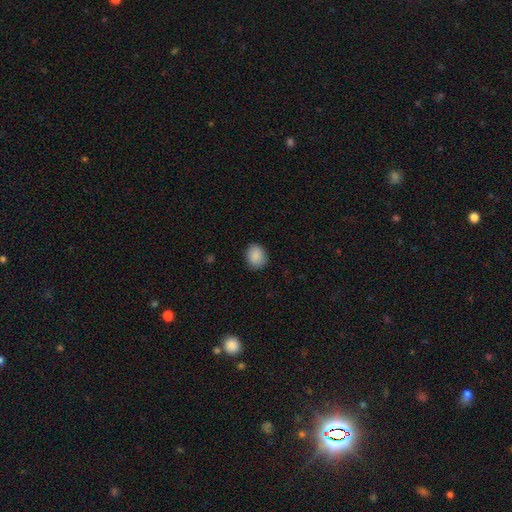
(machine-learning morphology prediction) smooth 89%, star or artifact 8%, featured or disk 3%. Down the decision tree: how rounded — round (59%); merging — none (86%).